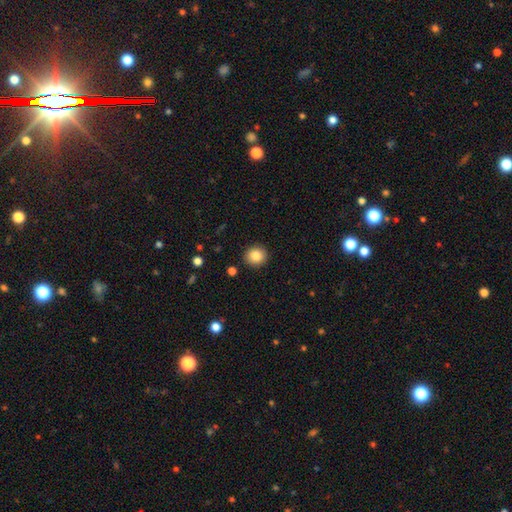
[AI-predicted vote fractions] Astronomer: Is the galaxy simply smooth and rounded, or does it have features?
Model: smooth — 85%.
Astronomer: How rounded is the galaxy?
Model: round — 88%.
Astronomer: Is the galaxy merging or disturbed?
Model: none — 91%.